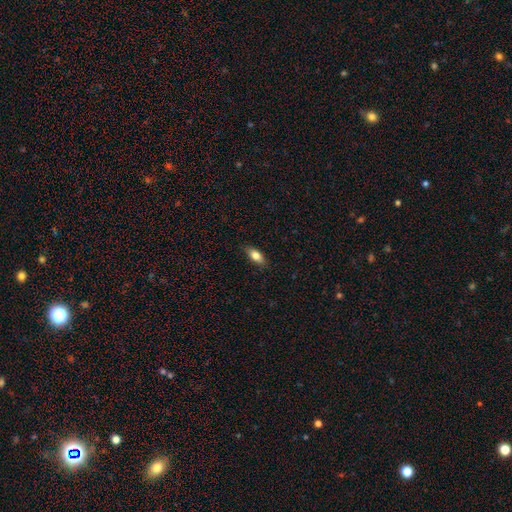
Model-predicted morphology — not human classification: smooth_or_featured: smooth (p=0.79) [alt: featured or disk p=0.14]
how_rounded: in between (p=0.83) [alt: cigar-shaped p=0.13]
merging: none (p=0.86) [alt: minor disturbance p=0.11]